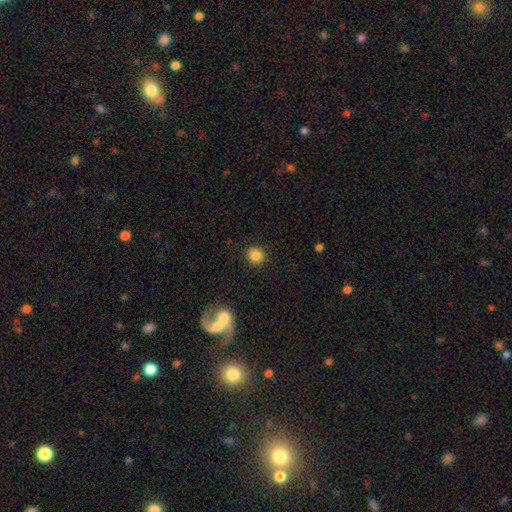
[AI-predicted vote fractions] smooth_or_featured: smooth (p=0.84) [alt: star or artifact p=0.11]
how_rounded: round (p=0.89) [alt: in between p=0.10]
merging: none (p=0.86) [alt: minor disturbance p=0.08]